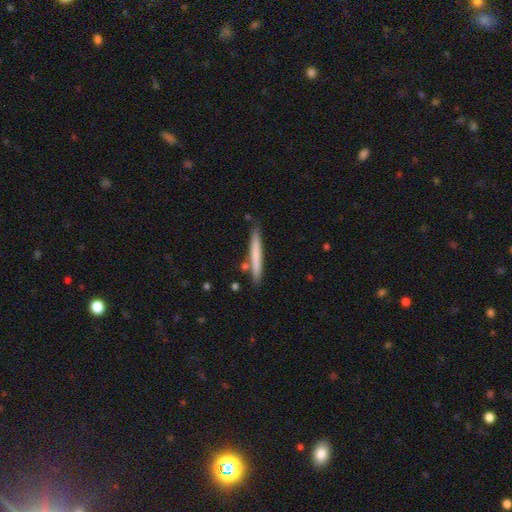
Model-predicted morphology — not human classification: Smooth or featured? smooth (68%)
How rounded? cigar-shaped (96%)
Merging? none (83%)